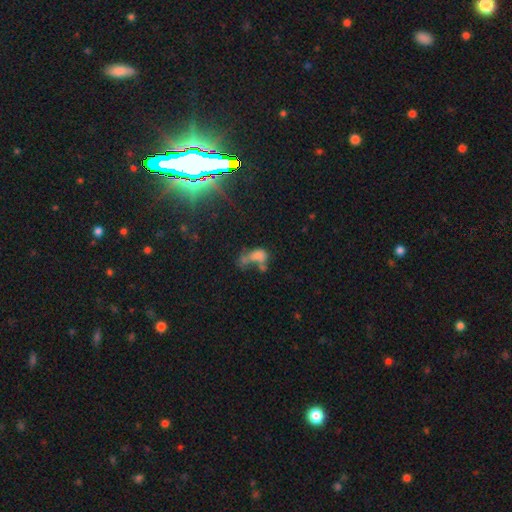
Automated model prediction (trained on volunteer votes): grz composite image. It shows a smooth galaxy with no disk features (42%). Merging: merger (37%).